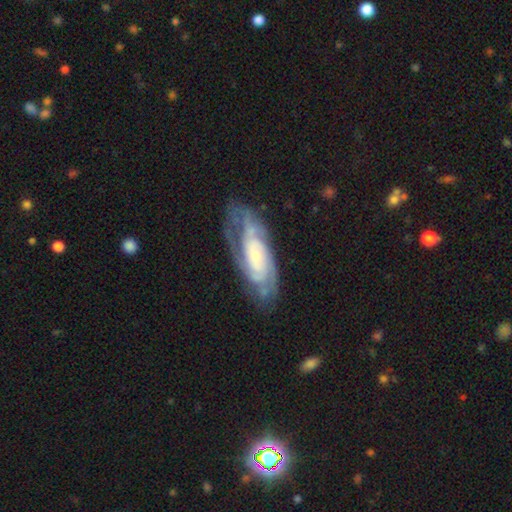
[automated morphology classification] Smooth or featured: featured or disk — 83% (smooth — 11%)
Edge-on disk: no — 92% (yes — 8%)
Bar: no — 61% (weak — 29%)
Spiral arms: yes — 94% (no — 6%)
Spiral winding: tight — 59% (medium — 34%)
Spiral arm count: 2 — 35% (can't tell — 33%)
Bulge size: small — 61% (moderate — 30%)
Merging: none — 65% (minor disturbance — 21%)